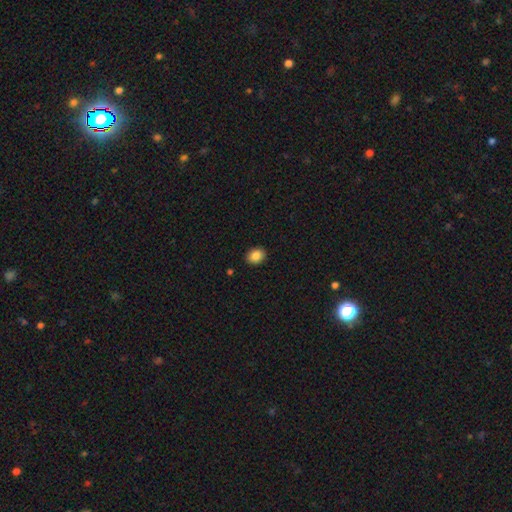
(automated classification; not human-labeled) Morphology: type=smooth (86%); roundness=in between (50%); merging=none (90%).